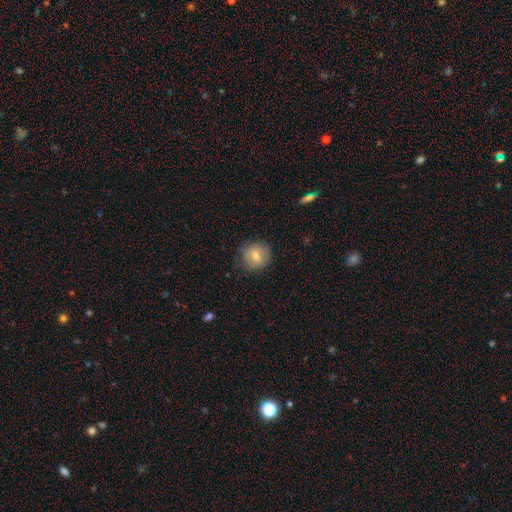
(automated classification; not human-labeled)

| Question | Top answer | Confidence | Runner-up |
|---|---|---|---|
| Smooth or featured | smooth | 71% | featured or disk (21%) |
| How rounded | round | 82% | in between (16%) |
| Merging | none | 79% | minor disturbance (15%) |